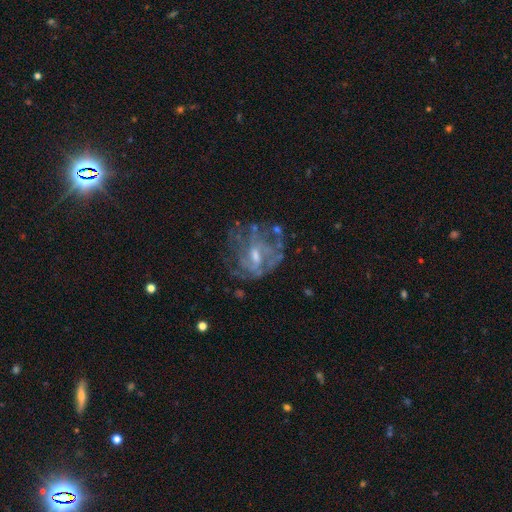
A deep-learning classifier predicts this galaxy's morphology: Smooth or featured?
  - featured or disk: 74% *
  - smooth: 15%
  - star or artifact: 11%
Edge-on disk?
  - no: 97% *
  - yes: 3%
Bar?
  - weak: 48% *
  - no: 40%
  - strong: 11%
Spiral arms?
  - yes: 58% *
  - no: 42%
Bulge size?
  - moderate: 48% *
  - small: 39%
  - none: 9%
  - large: 3%
  - dominant: 1%
Merging?
  - none: 52% *
  - major disturbance: 24%
  - minor disturbance: 20%
  - merger: 4%